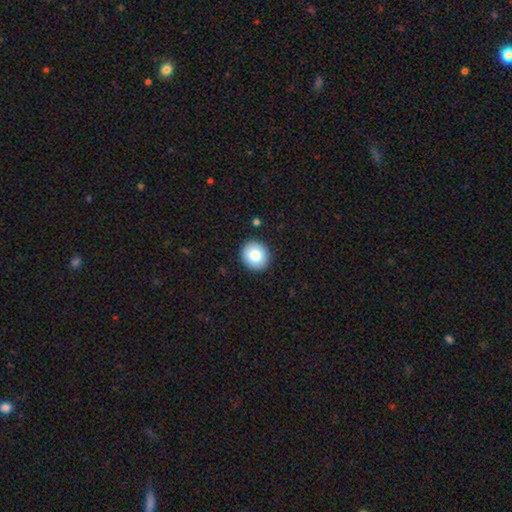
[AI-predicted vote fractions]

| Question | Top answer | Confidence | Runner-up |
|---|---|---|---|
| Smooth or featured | smooth | 83% | featured or disk (9%) |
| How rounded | round | 74% | in between (25%) |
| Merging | none | 91% | minor disturbance (6%) |